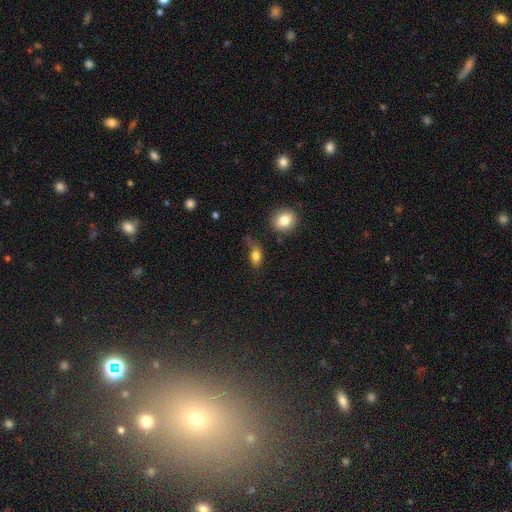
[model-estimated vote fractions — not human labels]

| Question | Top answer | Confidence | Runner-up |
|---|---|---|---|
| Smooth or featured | smooth | 81% | star or artifact (10%) |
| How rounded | in between | 80% | round (14%) |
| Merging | none | 52% | minor disturbance (26%) |